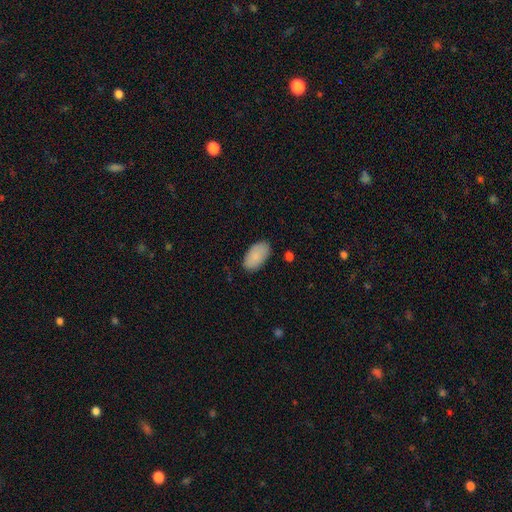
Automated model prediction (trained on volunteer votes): Smooth or featured?
  - smooth: 87% *
  - featured or disk: 7%
  - star or artifact: 6%
How rounded?
  - in between: 95% *
  - round: 3%
  - cigar-shaped: 2%
Merging?
  - none: 85% *
  - minor disturbance: 11%
  - major disturbance: 2%
  - merger: 1%